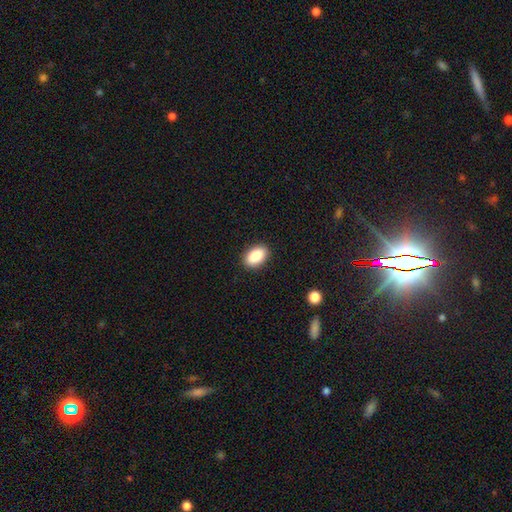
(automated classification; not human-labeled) A smooth galaxy with no disk features (87%) that is in between round and cigar-shaped (90%).

Vote fractions:
- Smooth or featured? smooth: 87% / star or artifact: 7% / featured or disk: 6%
- How rounded? in between: 90% / round: 9% / cigar-shaped: 1%
- Merging? none: 90% / minor disturbance: 7% / major disturbance: 2% / merger: 1%